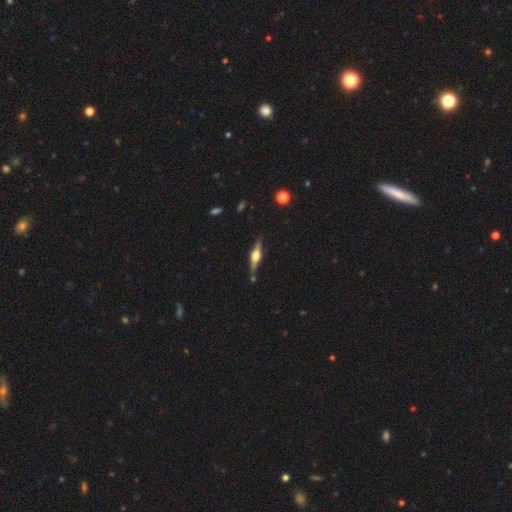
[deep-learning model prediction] Smooth or featured?
  - featured or disk: 75% *
  - smooth: 19%
  - star or artifact: 6%
Edge-on disk?
  - yes: 97% *
  - no: 3%
Edge-on bulge?
  - rounded: 91% *
  - boxy: 7%
  - none: 2%
Merging?
  - none: 83% *
  - minor disturbance: 11%
  - merger: 4%
  - major disturbance: 2%